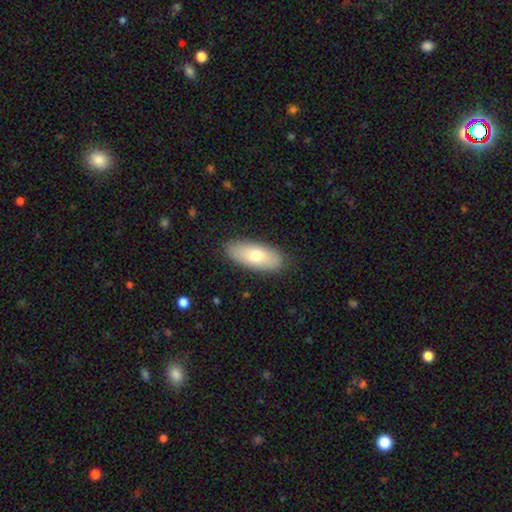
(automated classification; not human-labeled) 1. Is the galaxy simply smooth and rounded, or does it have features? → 71% smooth, 23% featured or disk, 6% star or artifact.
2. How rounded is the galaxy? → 84% in between, 14% cigar-shaped, 3% round.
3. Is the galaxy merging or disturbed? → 87% none, 10% minor disturbance, 2% major disturbance, 1% merger.